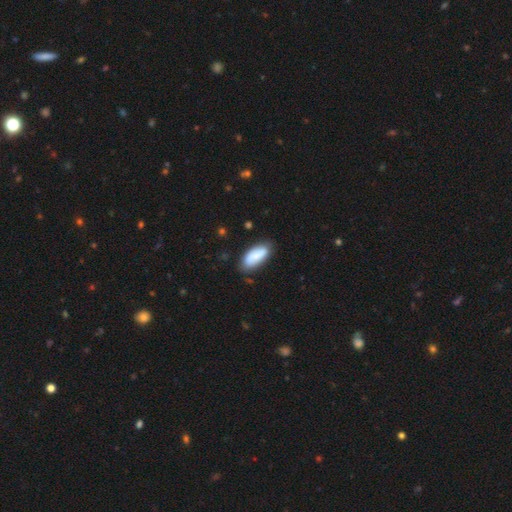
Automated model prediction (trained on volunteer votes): A smooth galaxy with no disk features (81%) that is in between round and cigar-shaped (87%).

Vote fractions:
- Smooth or featured? smooth: 81% / featured or disk: 13% / star or artifact: 6%
- How rounded? in between: 87% / cigar-shaped: 11% / round: 2%
- Merging? none: 76% / minor disturbance: 18% / major disturbance: 4% / merger: 2%